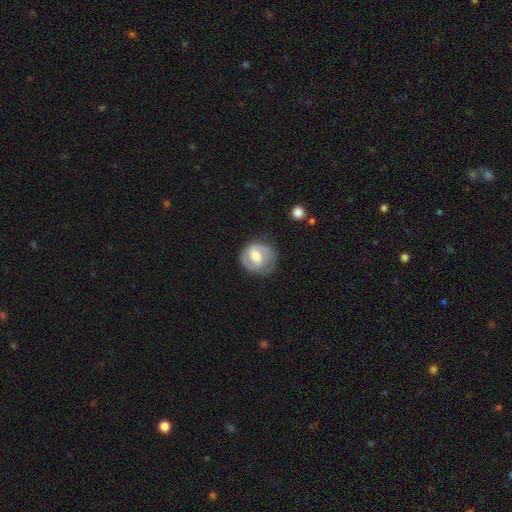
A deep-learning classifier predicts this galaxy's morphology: type=featured or disk (62%); edge-on=no (97%); bar=weak (51%); spiral arms=yes (85%); winding=medium (46%); arm count=2 (80%); bulge=moderate (58%); merging=none (72%).